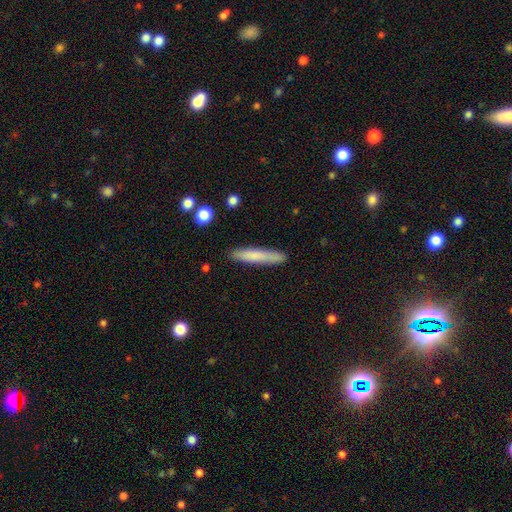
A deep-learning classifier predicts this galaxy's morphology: This appears to be a smooth galaxy with no disk features (76%) that is cigar-shaped (93%). Merging: none (87%).